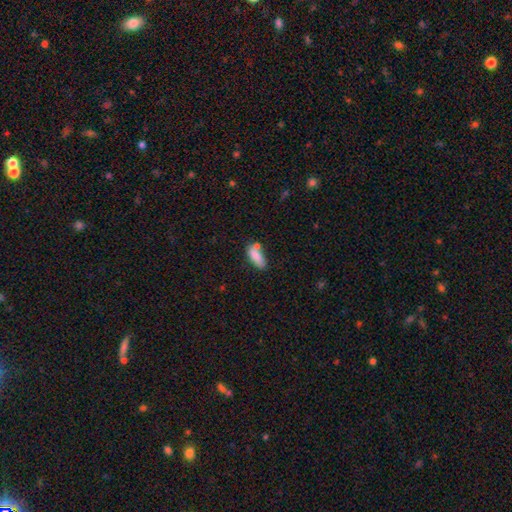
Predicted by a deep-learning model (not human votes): Smooth or featured?
  - smooth: 83% *
  - featured or disk: 9%
  - star or artifact: 8%
How rounded?
  - in between: 73% *
  - cigar-shaped: 24%
  - round: 3%
Merging?
  - none: 52% *
  - merger: 22%
  - minor disturbance: 20%
  - major disturbance: 6%